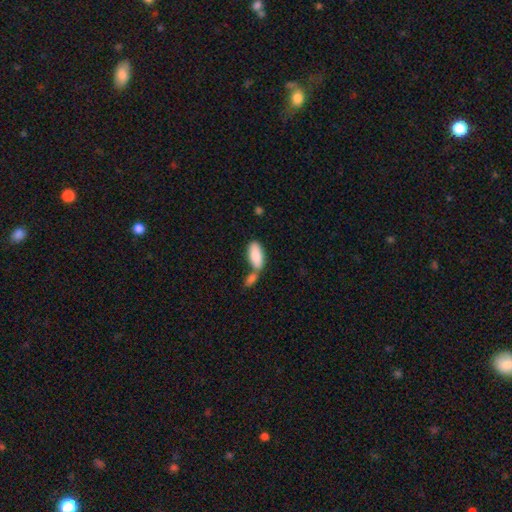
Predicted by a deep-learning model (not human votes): This is clearly a smooth galaxy (85%). How rounded: clearly in between (90%). Merging: possibly merger (52%).